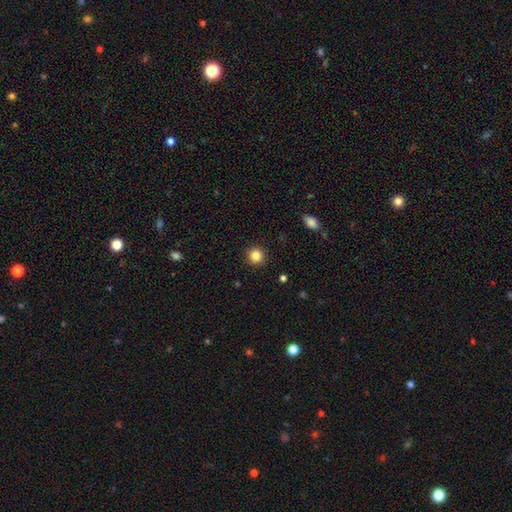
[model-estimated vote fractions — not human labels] Smooth or featured: smooth — 84% (star or artifact — 11%)
How rounded: round — 94% (in between — 5%)
Merging: none — 92% (minor disturbance — 5%)